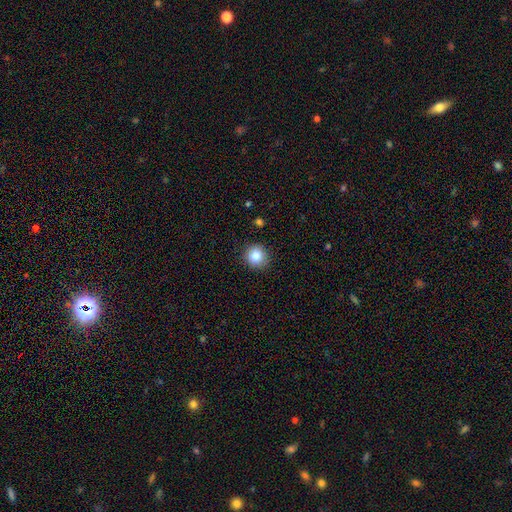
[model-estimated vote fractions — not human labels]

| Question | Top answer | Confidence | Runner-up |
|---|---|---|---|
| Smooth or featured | smooth | 86% | star or artifact (9%) |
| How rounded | round | 92% | in between (7%) |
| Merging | none | 89% | minor disturbance (8%) |